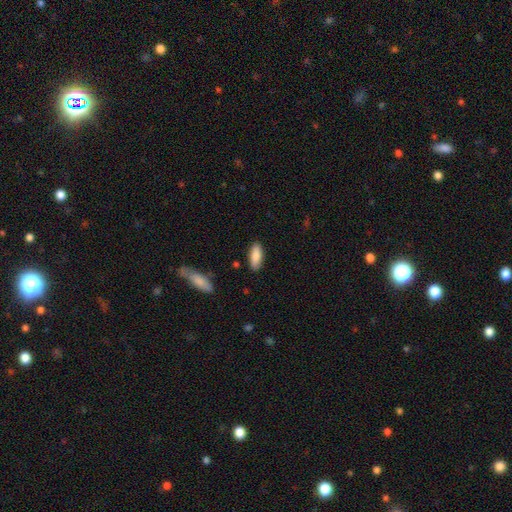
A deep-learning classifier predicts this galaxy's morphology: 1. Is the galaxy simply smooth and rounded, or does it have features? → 84% smooth, 10% featured or disk, 6% star or artifact.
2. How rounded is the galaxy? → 70% in between, 28% cigar-shaped, 2% round.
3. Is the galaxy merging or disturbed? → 86% none, 10% minor disturbance, 2% major disturbance, 2% merger.